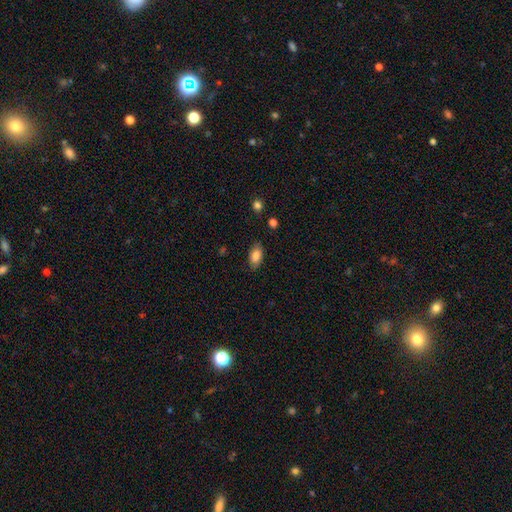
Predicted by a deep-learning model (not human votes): Smooth or featured? smooth (84%)
How rounded? in between (91%)
Merging? none (83%)